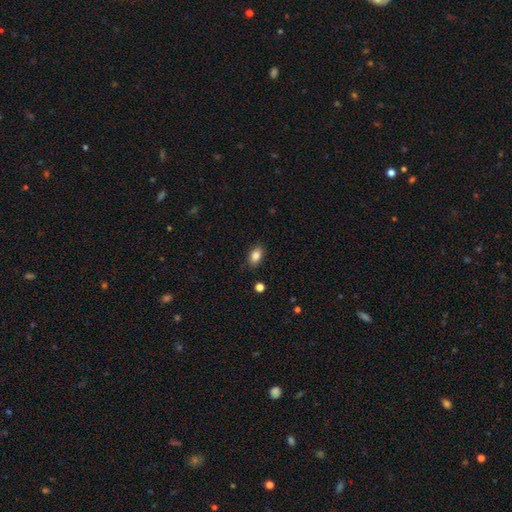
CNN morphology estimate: This is clearly a smooth galaxy (84%). How rounded: clearly in between (85%). Merging: clearly none (85%).